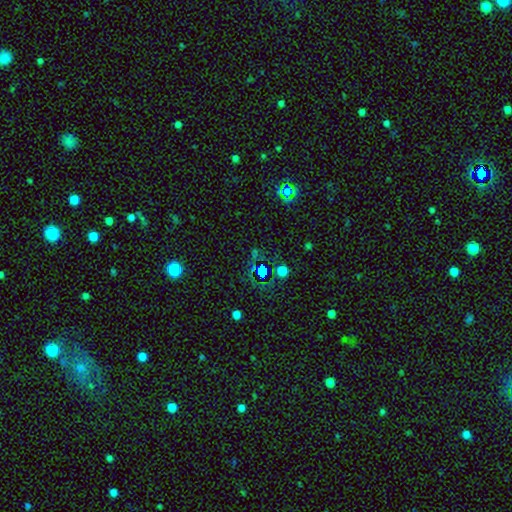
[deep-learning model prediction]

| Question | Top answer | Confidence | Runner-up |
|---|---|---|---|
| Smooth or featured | star or artifact | 69% | smooth (22%) |